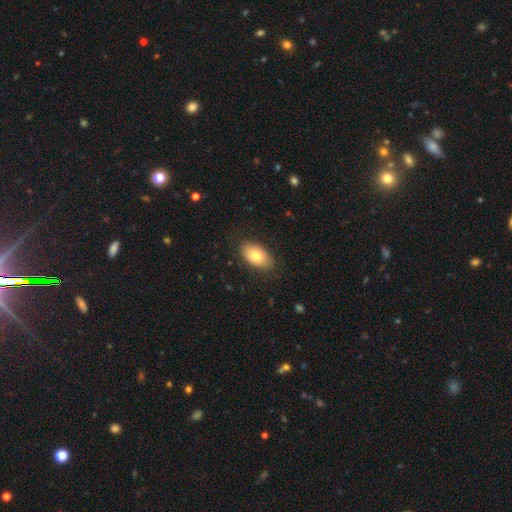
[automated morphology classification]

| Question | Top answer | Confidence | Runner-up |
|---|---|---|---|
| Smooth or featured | smooth | 79% | featured or disk (14%) |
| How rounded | in between | 93% | round (5%) |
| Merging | none | 83% | minor disturbance (13%) |